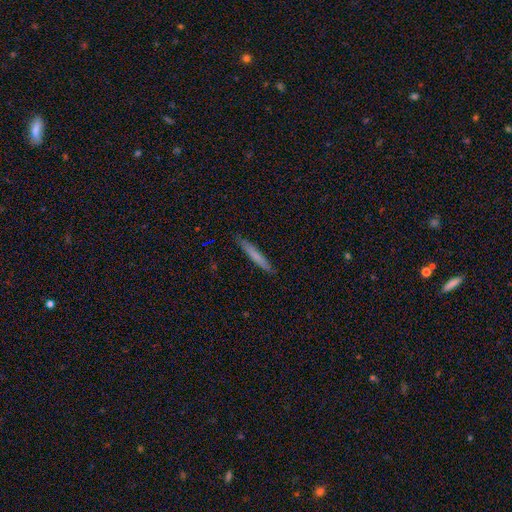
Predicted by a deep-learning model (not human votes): Smooth or featured: smooth — 71% (featured or disk — 22%)
How rounded: cigar-shaped — 95% (in between — 3%)
Merging: none — 88% (minor disturbance — 9%)